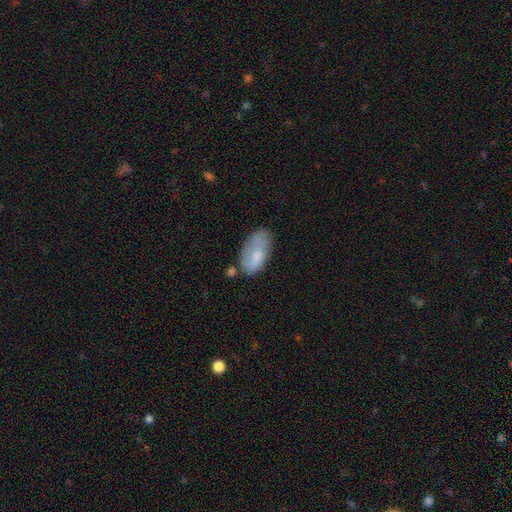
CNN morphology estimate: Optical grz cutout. It shows a smooth galaxy with no disk features (71%) that is in between round and cigar-shaped (93%). Merging: none (46%).